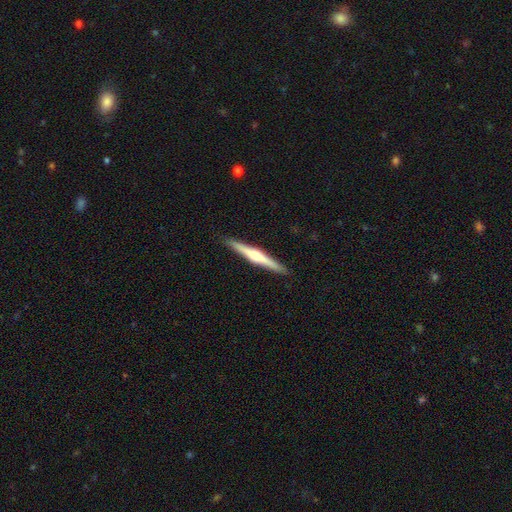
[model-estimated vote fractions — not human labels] Smooth or featured?
  - featured or disk: 67% *
  - smooth: 28%
  - star or artifact: 5%
Edge-on disk?
  - yes: 98% *
  - no: 2%
Edge-on bulge?
  - rounded: 74% *
  - boxy: 15%
  - none: 11%
Merging?
  - none: 91% *
  - minor disturbance: 6%
  - major disturbance: 1%
  - merger: 1%